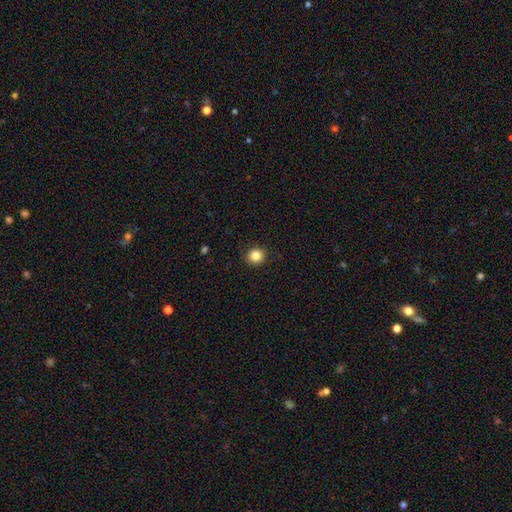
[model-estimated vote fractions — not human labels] Q: Smooth or featured?
A: smooth (85%); runner-up: star or artifact (11%)
Q: How rounded?
A: round (90%); runner-up: in between (10%)
Q: Merging?
A: none (91%); runner-up: minor disturbance (7%)